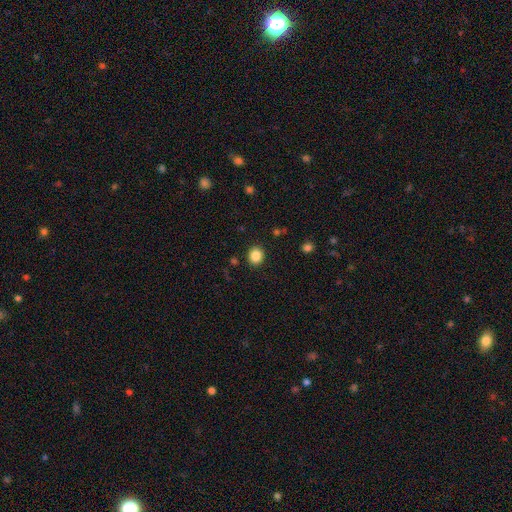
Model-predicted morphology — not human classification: The model was most divided on "how rounded": round: 80%, in between: 19%, cigar-shaped: 1%. More confident: merging — none (90%); smooth or featured — smooth (86%).